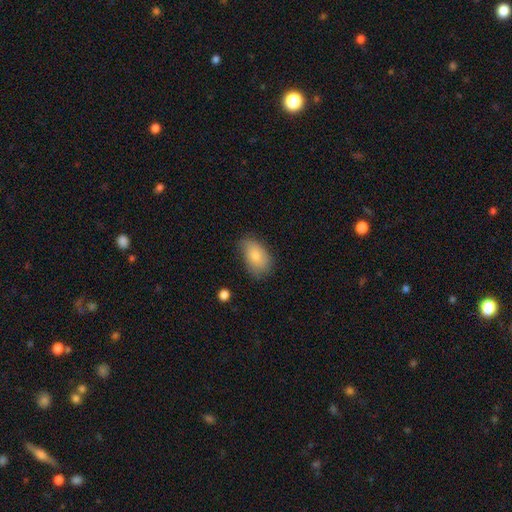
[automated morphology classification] Smooth or featured: smooth — 79% (featured or disk — 14%)
How rounded: in between — 91% (round — 7%)
Merging: none — 65% (minor disturbance — 27%)